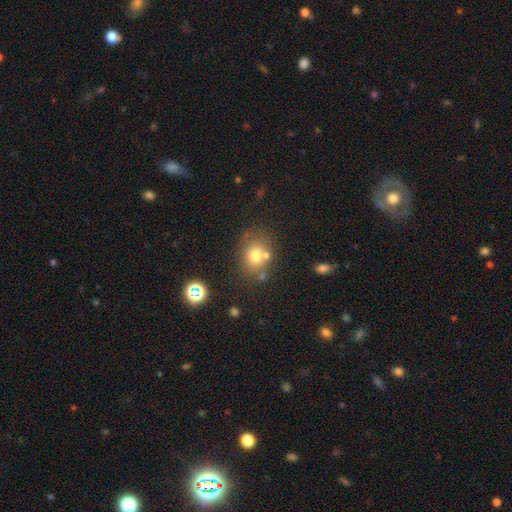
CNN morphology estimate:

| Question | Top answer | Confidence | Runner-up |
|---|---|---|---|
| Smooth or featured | smooth | 72% | star or artifact (14%) |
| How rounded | round | 62% | in between (37%) |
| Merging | none | 64% | merger (17%) |